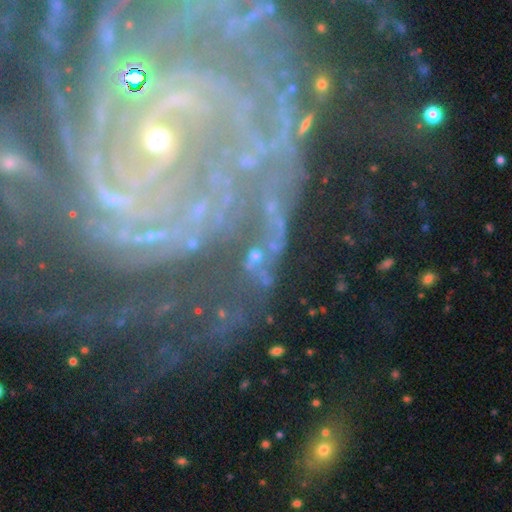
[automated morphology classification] Smooth or featured: star or artifact — 38% (featured or disk — 36%)